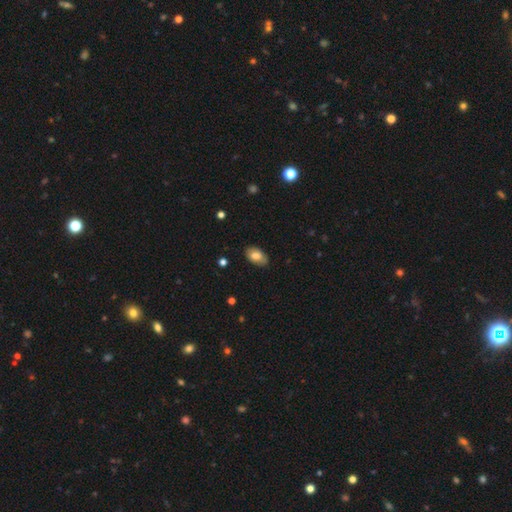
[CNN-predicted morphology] Smooth or featured? Predicted: smooth (p=0.76). How rounded? Predicted: in between (p=0.92). Merging? Predicted: none (p=0.81).